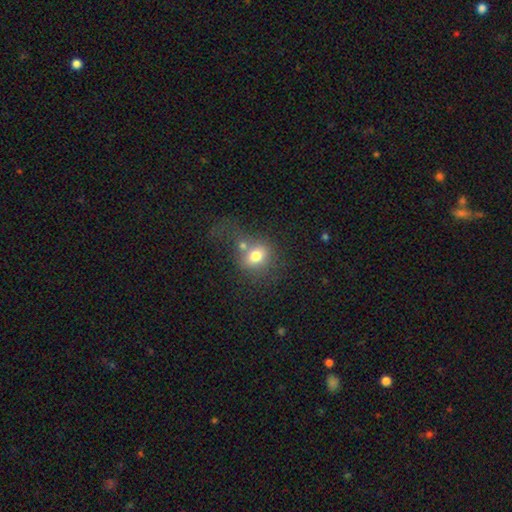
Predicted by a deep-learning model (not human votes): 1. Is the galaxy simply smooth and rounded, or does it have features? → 73% smooth, 16% featured or disk, 12% star or artifact.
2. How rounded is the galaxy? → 65% round, 34% in between, 1% cigar-shaped.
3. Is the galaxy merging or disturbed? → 37% none, 35% merger, 15% major disturbance, 13% minor disturbance.